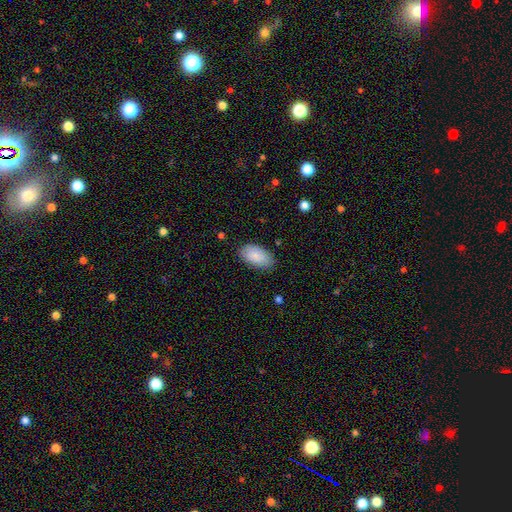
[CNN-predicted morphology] Smooth or featured? Predicted: smooth (p=0.86). How rounded? Predicted: in between (p=0.95). Merging? Predicted: none (p=0.84).